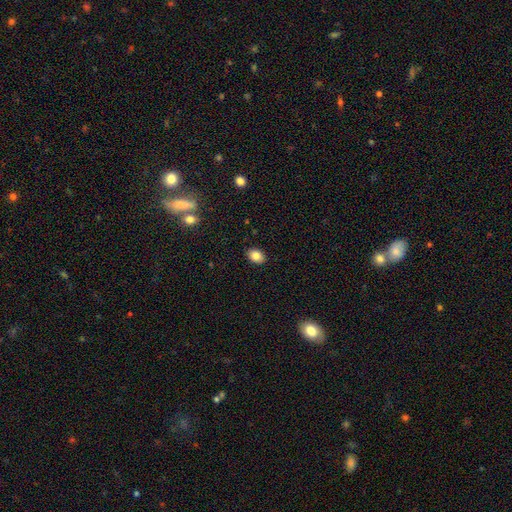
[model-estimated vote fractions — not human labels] Overall: smooth (84%). How rounded: in between (73%). Merging: none (89%).